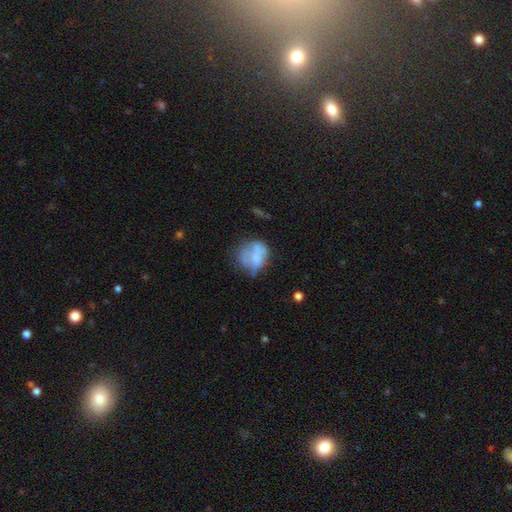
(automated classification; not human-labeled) Overall: smooth (53%; featured or disk 37%). How rounded: round (64%; in between 35%). Merging: none (39%; minor disturbance 27%).